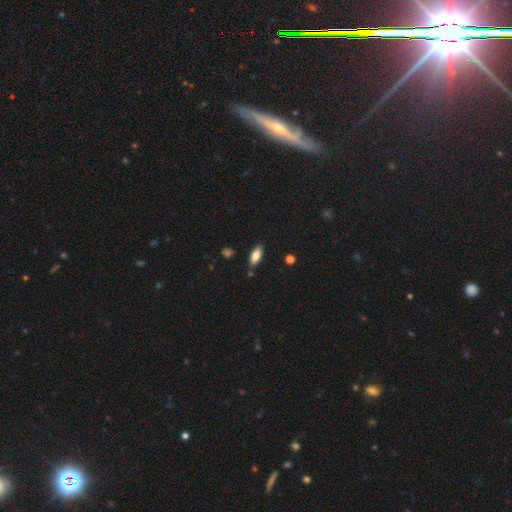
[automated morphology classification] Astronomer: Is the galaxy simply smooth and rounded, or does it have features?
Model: smooth — 80%.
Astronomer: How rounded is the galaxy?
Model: in between — 81%.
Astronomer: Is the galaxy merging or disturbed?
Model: none — 83%.